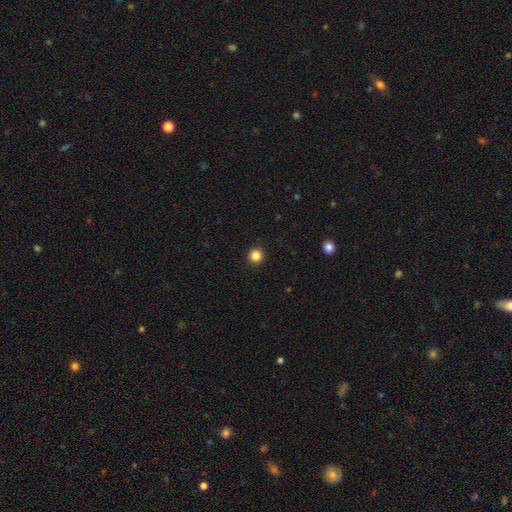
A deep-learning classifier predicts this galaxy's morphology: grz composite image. It shows a smooth galaxy with no disk features (85%) that is round (93%). Merging: none (93%).